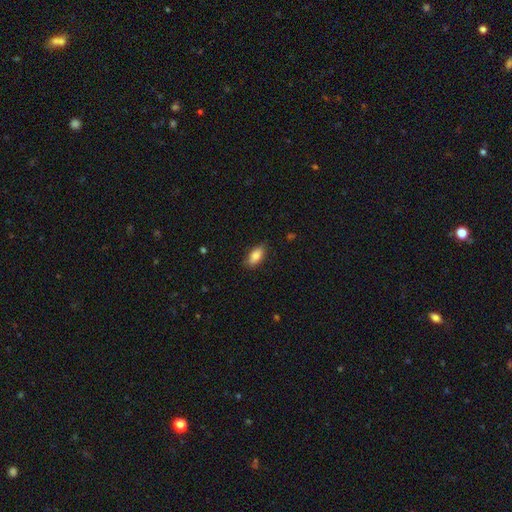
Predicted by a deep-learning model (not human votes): This appears to be a smooth galaxy with no disk features (84%) that is in between round and cigar-shaped (89%). Merging: none (82%).